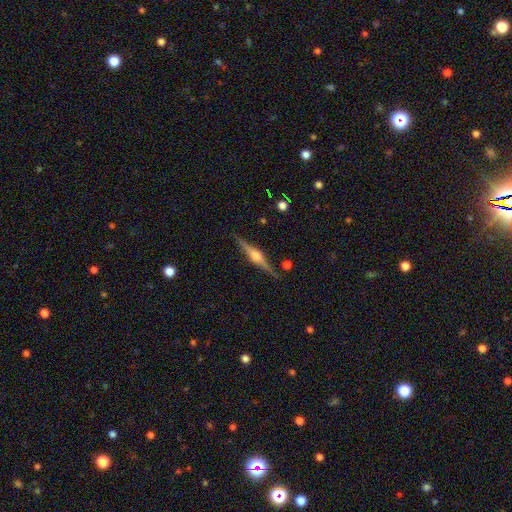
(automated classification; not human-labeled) Smooth or featured: featured or disk — 81% (smooth — 13%)
Edge-on disk: yes — 98% (no — 2%)
Edge-on bulge: rounded — 90% (boxy — 7%)
Merging: none — 88% (minor disturbance — 8%)